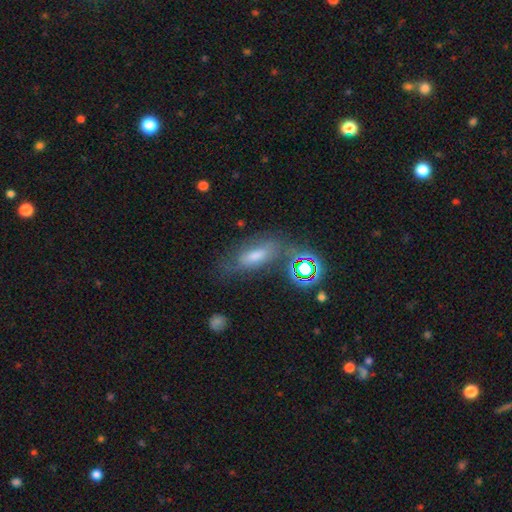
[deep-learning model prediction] A smooth galaxy with no disk features (47%). Merging: none (60%).